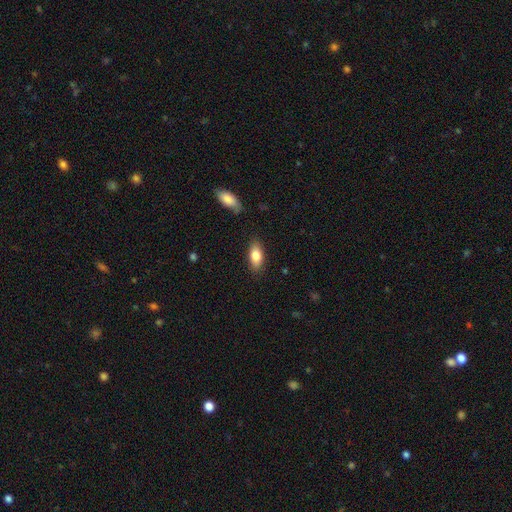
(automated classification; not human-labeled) This appears to be a smooth galaxy with no disk features (81%) that is in between round and cigar-shaped (86%). Merging: none (85%).